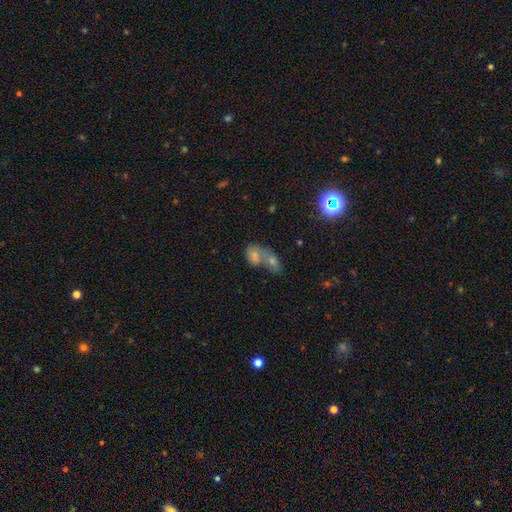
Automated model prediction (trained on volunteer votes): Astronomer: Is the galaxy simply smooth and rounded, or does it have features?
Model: smooth — 73%.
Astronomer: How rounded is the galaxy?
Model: in between — 75%.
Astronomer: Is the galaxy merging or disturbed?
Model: merger — 74%.